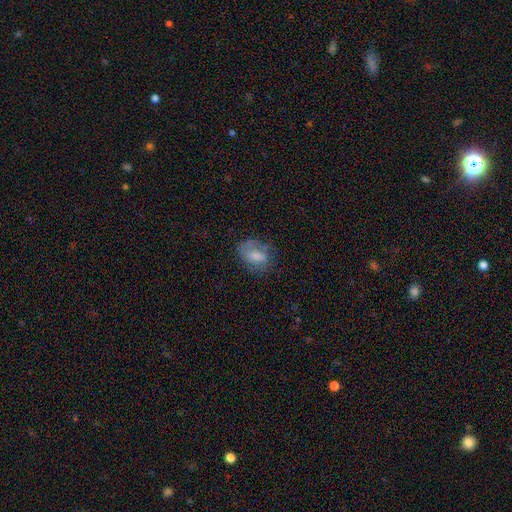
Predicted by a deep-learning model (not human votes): Smooth or featured: smooth — 65% (featured or disk — 26%)
How rounded: in between — 75% (round — 23%)
Merging: none — 54% (minor disturbance — 27%)